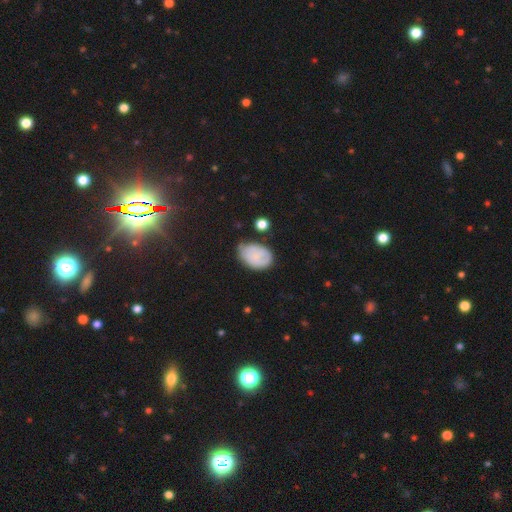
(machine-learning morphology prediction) smooth-or-featured: smooth: 71% | featured or disk: 20% | star or artifact: 9%
  how-rounded: in between: 82% | round: 17% | cigar-shaped: 1%
  merging: none: 45% | minor disturbance: 40% | major disturbance: 11% | merger: 5%